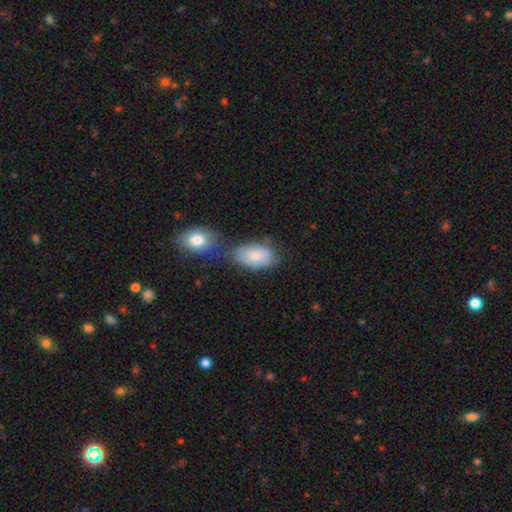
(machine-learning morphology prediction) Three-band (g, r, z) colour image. It shows a smooth galaxy with no disk features (72%) that is in between round and cigar-shaped (92%). Merging: none (46%).